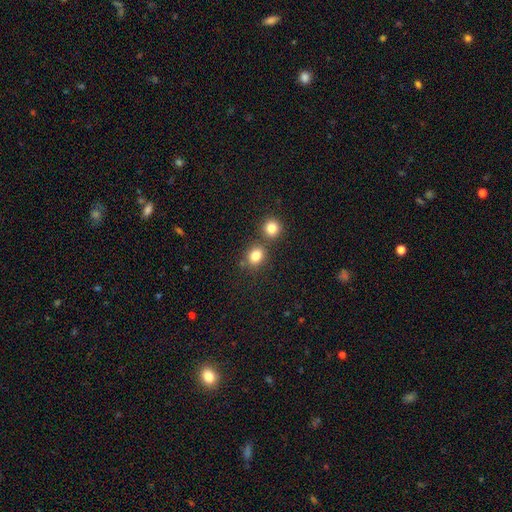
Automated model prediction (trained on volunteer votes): Smooth or featured? smooth (82%)
How rounded? round (61%)
Merging? none (64%)